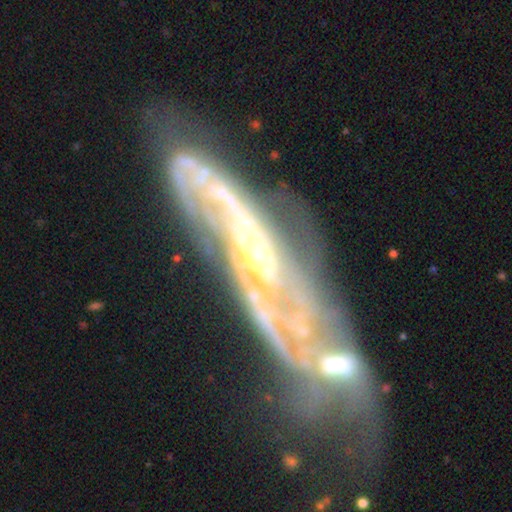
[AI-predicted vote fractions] Smooth or featured? Predicted: featured or disk (p=0.86). Edge-on disk? Predicted: no (p=0.80). Bar? Predicted: no (p=0.49). Spiral arms? Predicted: yes (p=0.92). Spiral winding? Predicted: medium (p=0.42). Spiral arm count? Predicted: 2 (p=0.49). Bulge size? Predicted: small (p=0.65). Merging? Predicted: none (p=0.39).